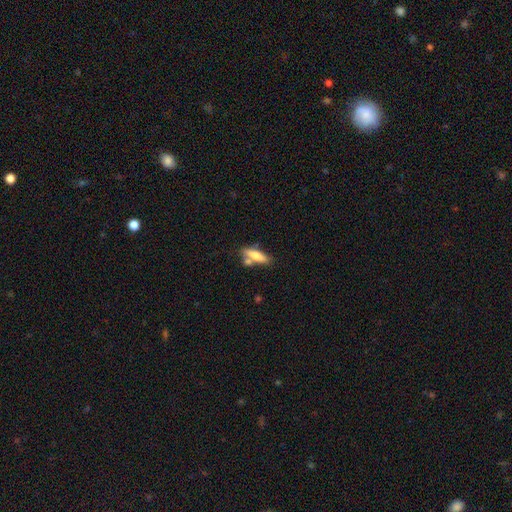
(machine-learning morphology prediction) Smooth or featured? Predicted: smooth (p=0.66). How rounded? Predicted: cigar-shaped (p=0.55). Merging? Predicted: none (p=0.55).